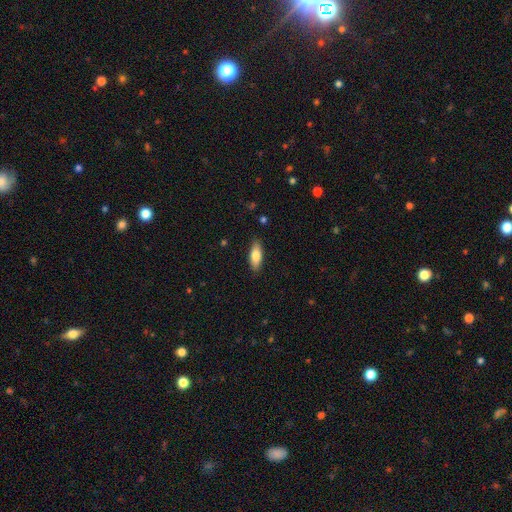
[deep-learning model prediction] Overall: smooth (79%). How rounded: in between (75%). Merging: none (87%).